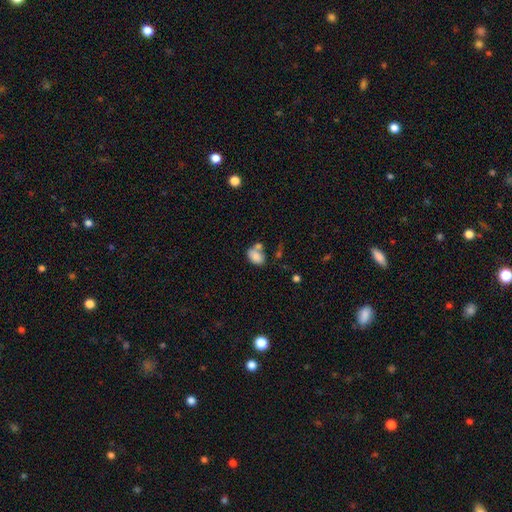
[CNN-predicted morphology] The model was most divided on "merging": none: 41%, merger: 35%, minor disturbance: 17%, major disturbance: 7%. More confident: how rounded — in between (84%); smooth or featured — smooth (82%).